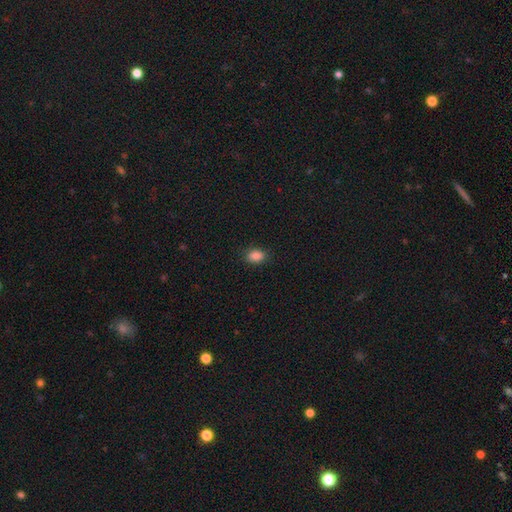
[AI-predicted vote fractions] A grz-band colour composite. It shows a smooth galaxy with no disk features (87%) that is in between round and cigar-shaped (79%). Merging: none (85%).